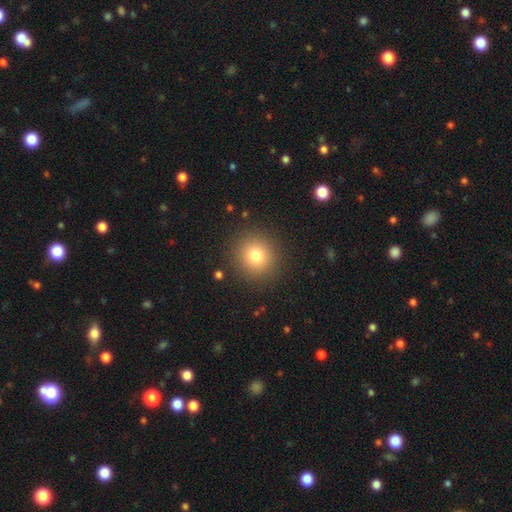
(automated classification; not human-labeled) A smooth galaxy with no disk features (78%) that is round (92%).

Vote fractions:
- Smooth or featured? smooth: 78% / star or artifact: 13% / featured or disk: 9%
- How rounded? round: 92% / in between: 7% / cigar-shaped: 1%
- Merging? none: 90% / minor disturbance: 6% / major disturbance: 3% / merger: 1%